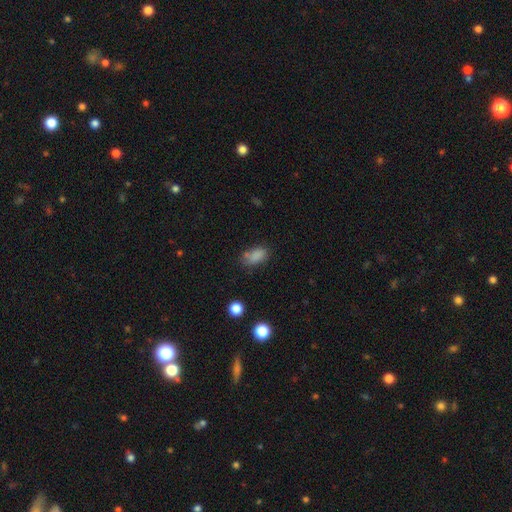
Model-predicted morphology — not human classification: This is clearly a smooth galaxy (82%). How rounded: clearly in between (88%). Merging: likely none (61%).